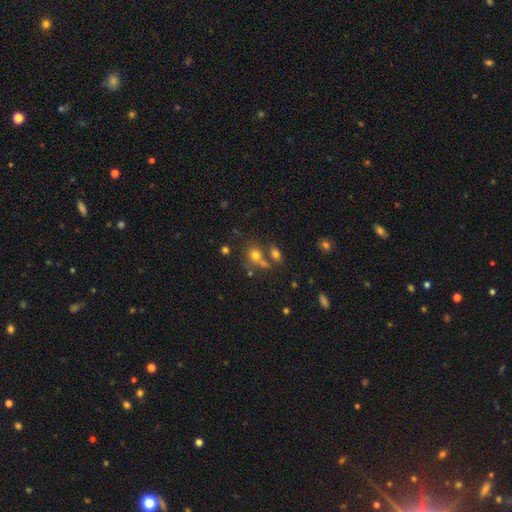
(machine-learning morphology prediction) type=smooth (69%); roundness=round (60%); merging=none (48%).